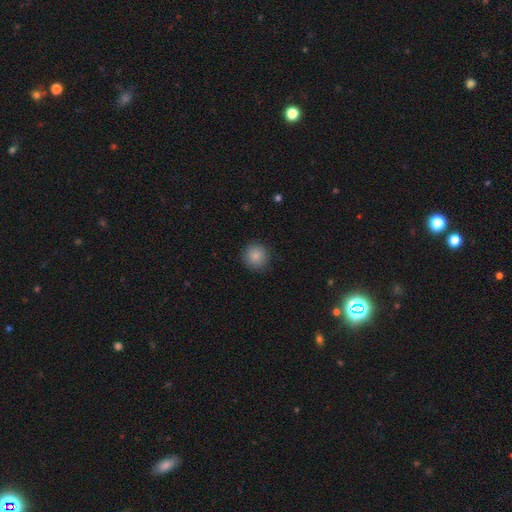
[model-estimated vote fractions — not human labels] Smooth or featured? Predicted: smooth (p=0.86). How rounded? Predicted: round (p=0.93). Merging? Predicted: none (p=0.89).